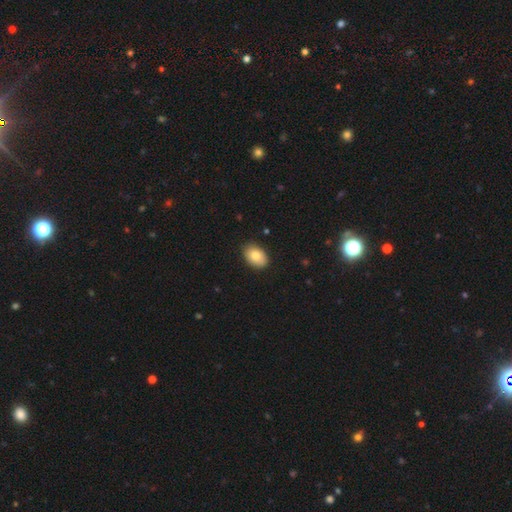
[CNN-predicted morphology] smooth-or-featured: smooth: 81% | featured or disk: 12% | star or artifact: 7%
  how-rounded: in between: 86% | round: 13% | cigar-shaped: 1%
  merging: none: 86% | minor disturbance: 11% | major disturbance: 2% | merger: 1%